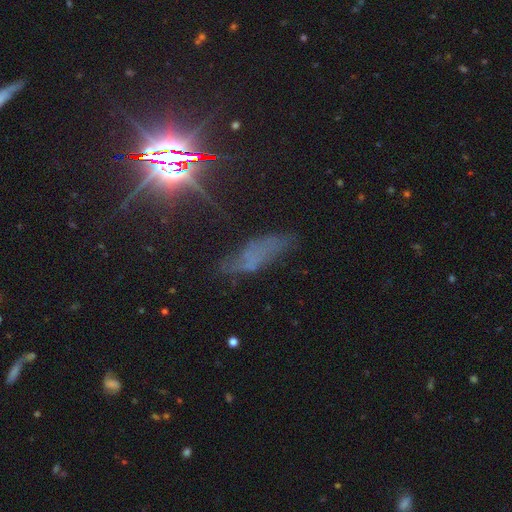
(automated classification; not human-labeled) This appears to be a star or artifact, not a galaxy (41%).